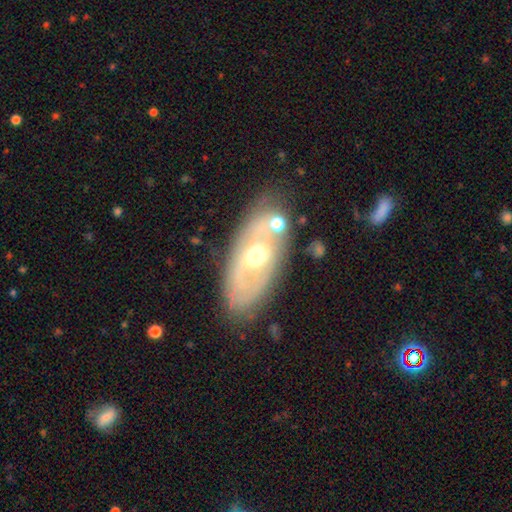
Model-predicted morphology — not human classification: featured or disk 67%, smooth 26%, star or artifact 7%. Down the decision tree: edge-on disk — no (86%); bar — no (49%); spiral arms — no (57%); bulge size — moderate (71%); merging — none (70%).